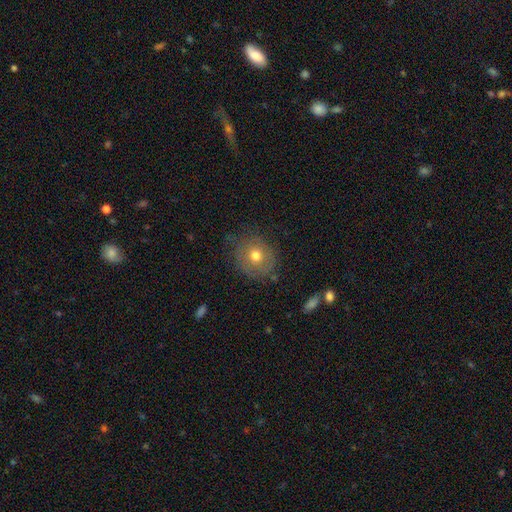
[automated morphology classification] The model was most divided on "smooth or featured": smooth: 65%, featured or disk: 25%, star or artifact: 10%. More confident: how rounded — round (81%); merging — none (71%).